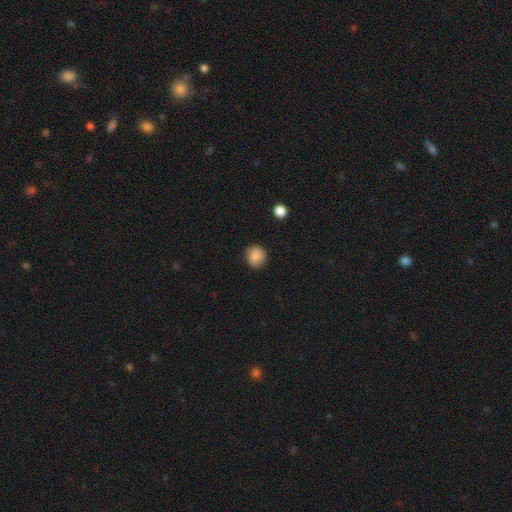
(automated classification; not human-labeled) This appears to be a smooth galaxy with no disk features (86%) that is round (85%). Merging: none (83%).